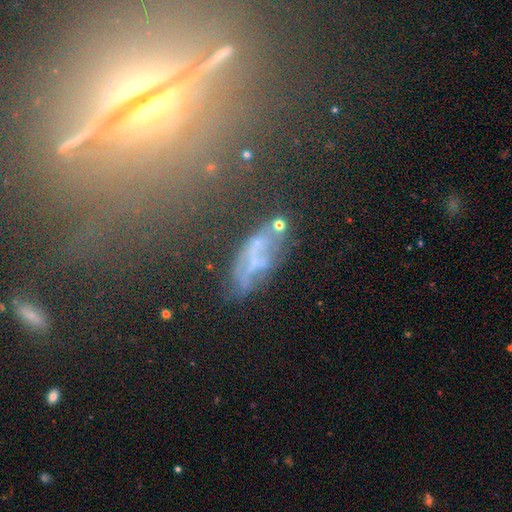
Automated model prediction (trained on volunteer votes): This appears to be a featured or disk galaxy (49%). Merging: none (56%).